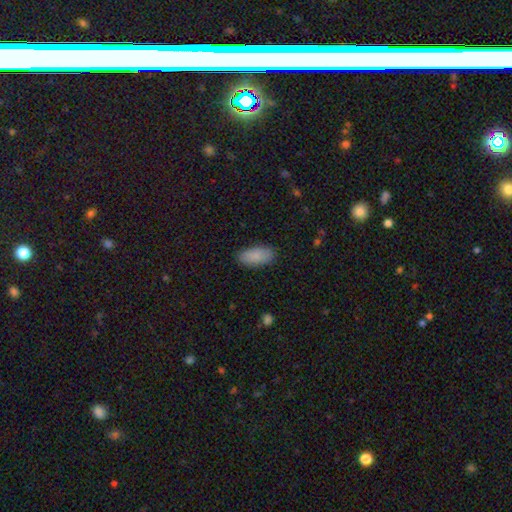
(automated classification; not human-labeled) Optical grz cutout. It shows a smooth galaxy with no disk features (87%) that is in between round and cigar-shaped (90%). Merging: none (87%).